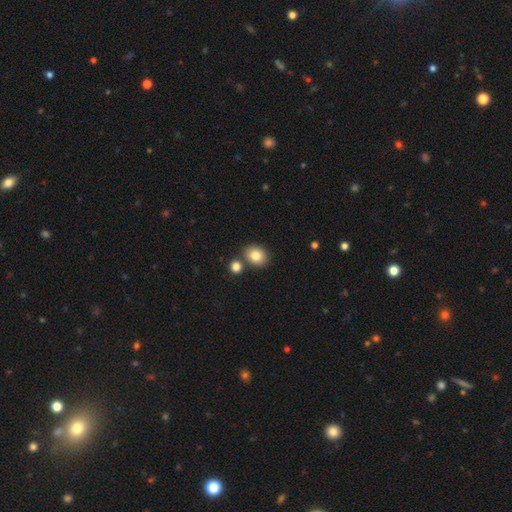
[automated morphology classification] This appears to be a smooth galaxy with no disk features (83%) that is round (54%). Merging: none (75%).